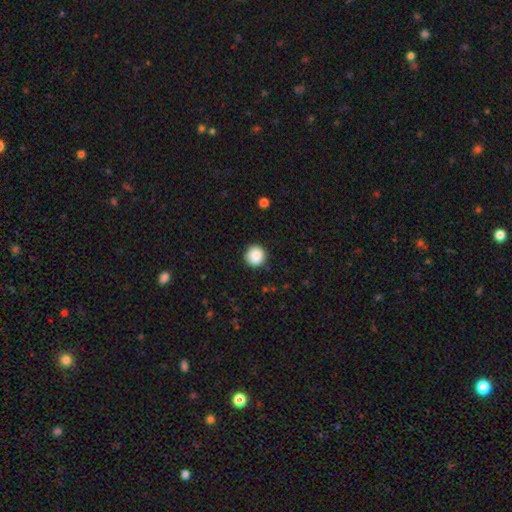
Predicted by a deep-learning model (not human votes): Smooth or featured?
  - smooth: 89% *
  - star or artifact: 9%
  - featured or disk: 3%
How rounded?
  - round: 95% *
  - in between: 4%
  - cigar-shaped: 1%
Merging?
  - none: 91% *
  - minor disturbance: 6%
  - major disturbance: 2%
  - merger: 1%